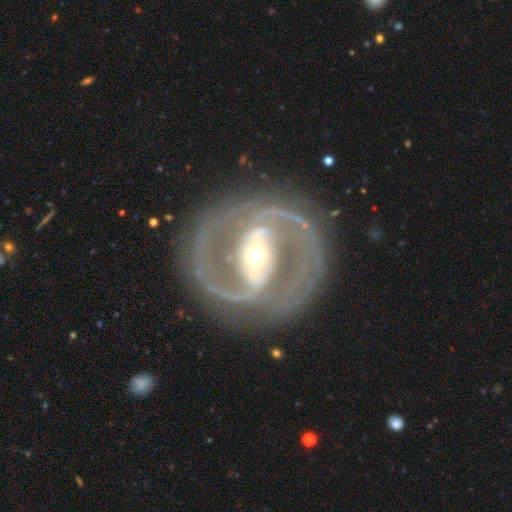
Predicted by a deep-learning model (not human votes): This appears to be a featured or disk galaxy (90%) with a strong bar (58%), 2 (90%) medium (50%) spiral arms (94%) and a moderate central bulge (56%). Merging: none (82%).